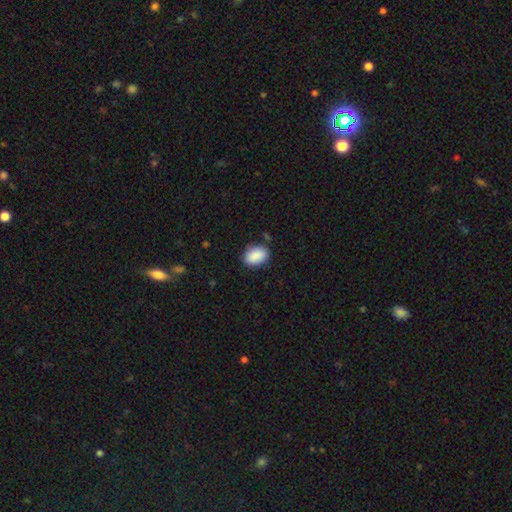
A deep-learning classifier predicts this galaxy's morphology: A smooth galaxy with no disk features (89%) that is in between round and cigar-shaped (84%).

Vote fractions:
- Smooth or featured? smooth: 89% / star or artifact: 7% / featured or disk: 4%
- How rounded? in between: 84% / round: 15% / cigar-shaped: 1%
- Merging? none: 81% / minor disturbance: 14% / major disturbance: 3% / merger: 2%